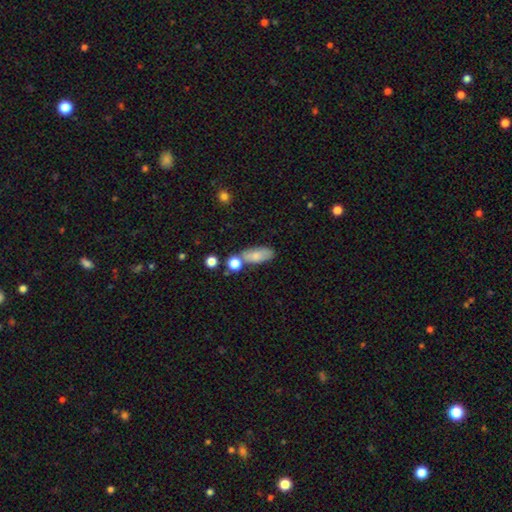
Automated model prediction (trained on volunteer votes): A smooth galaxy with no disk features (78%) that is in between round and cigar-shaped (82%). Merging: none (60%).